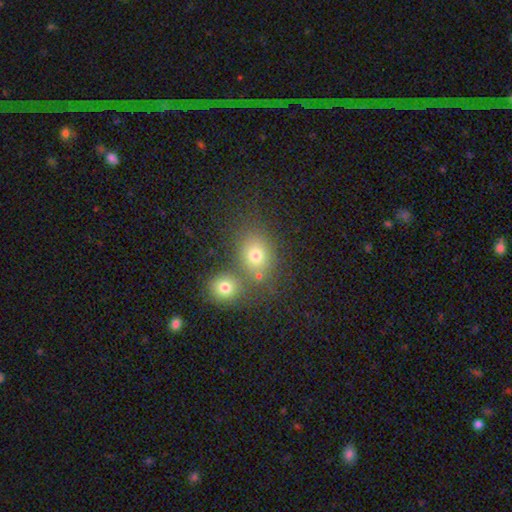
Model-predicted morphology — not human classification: This appears to be a smooth galaxy with no disk features (73%) that is round (63%). Merging: none (57%).